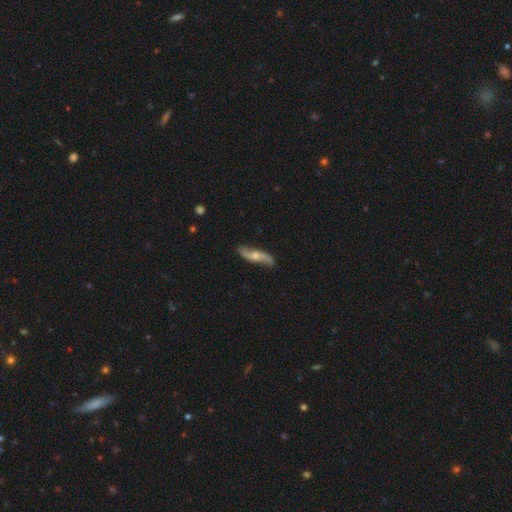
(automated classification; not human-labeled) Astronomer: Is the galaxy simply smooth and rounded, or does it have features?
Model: featured or disk — 74%.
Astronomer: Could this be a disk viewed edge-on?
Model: no — 79%.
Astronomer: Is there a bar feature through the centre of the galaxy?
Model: no — 63%.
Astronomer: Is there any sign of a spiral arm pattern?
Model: yes — 92%.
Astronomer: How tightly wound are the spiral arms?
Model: loose — 84%.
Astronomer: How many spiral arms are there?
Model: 2 — 93%.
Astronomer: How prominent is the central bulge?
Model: moderate — 56% (runner-up: small, 34%).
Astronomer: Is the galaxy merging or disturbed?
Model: none — 82%.